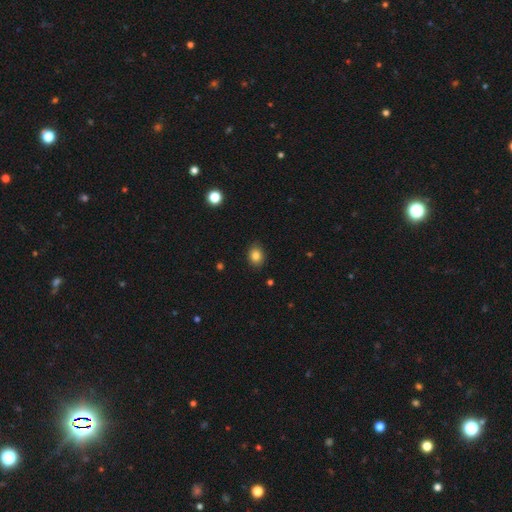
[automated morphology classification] Overall: smooth (83%). How rounded: round (51%; in between 48%). Merging: none (87%).